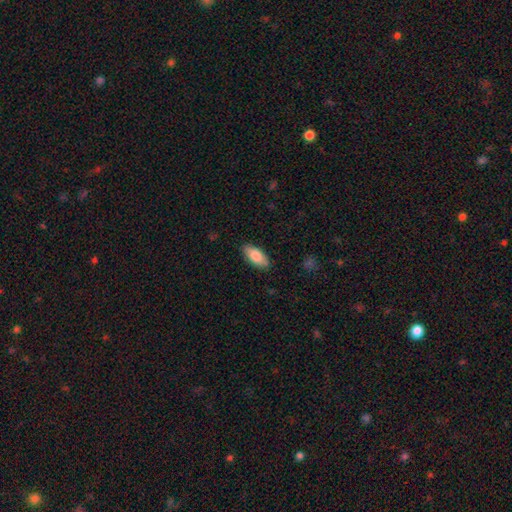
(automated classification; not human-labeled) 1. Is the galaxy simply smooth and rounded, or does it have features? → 85% smooth, 9% featured or disk, 6% star or artifact.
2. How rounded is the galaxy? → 86% in between, 12% cigar-shaped, 2% round.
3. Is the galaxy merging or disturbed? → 87% none, 10% minor disturbance, 2% major disturbance, 1% merger.